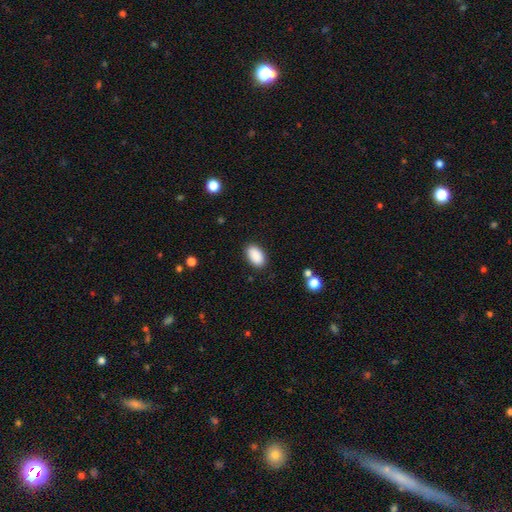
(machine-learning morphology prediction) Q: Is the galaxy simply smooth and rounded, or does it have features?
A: smooth — 90%.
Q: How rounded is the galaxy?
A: in between — 94%.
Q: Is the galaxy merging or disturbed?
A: none — 88%.